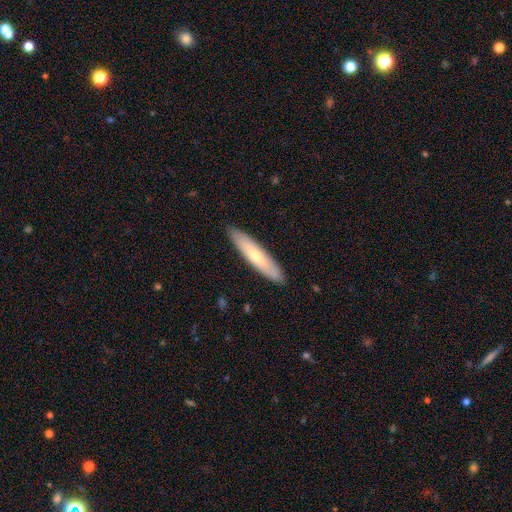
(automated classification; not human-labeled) Smooth or featured: smooth — 60% (featured or disk — 35%)
How rounded: cigar-shaped — 84% (in between — 14%)
Merging: none — 89% (minor disturbance — 8%)